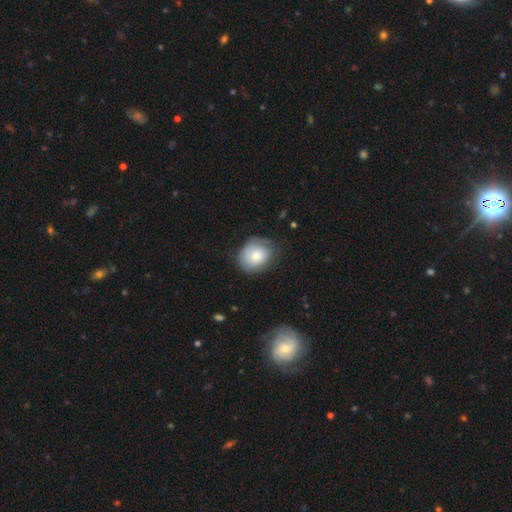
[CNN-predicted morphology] This is likely a smooth galaxy (69%). How rounded: possibly round (59%). Merging: likely none (62%).